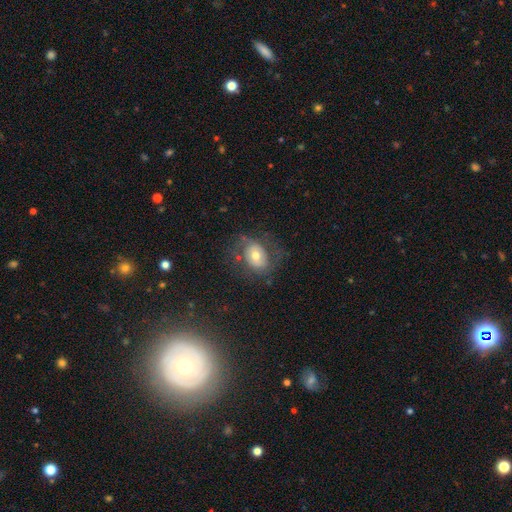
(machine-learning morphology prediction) Smooth or featured: smooth — 52% (featured or disk — 38%)
How rounded: in between — 60% (round — 39%)
Merging: none — 57% (minor disturbance — 21%)